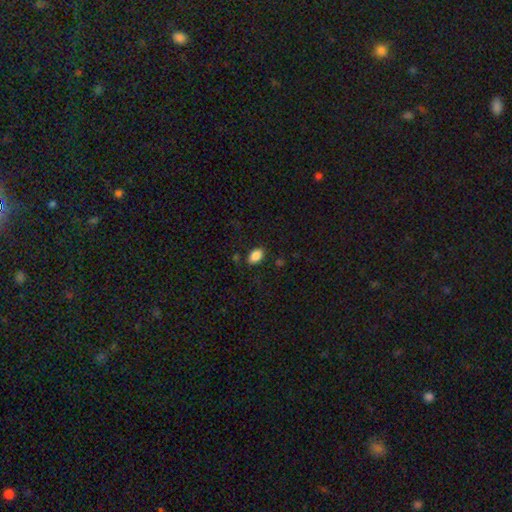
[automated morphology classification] This is clearly a smooth galaxy (87%). How rounded: clearly in between (89%). Merging: clearly none (82%).